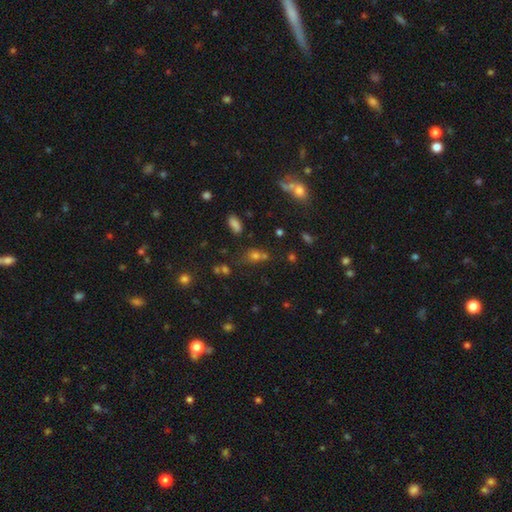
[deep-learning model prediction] A smooth galaxy with no disk features (58%) that is round (49%).

Vote fractions:
- Smooth or featured? smooth: 58% / star or artifact: 31% / featured or disk: 11%
- How rounded? round: 49% / in between: 46% / cigar-shaped: 4%
- Merging? none: 54% / merger: 24% / minor disturbance: 14% / major disturbance: 7%